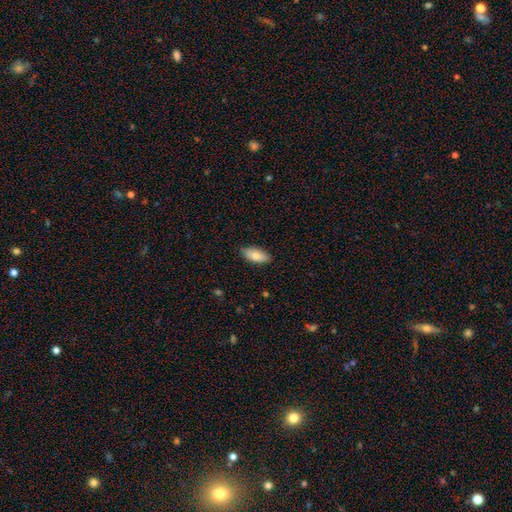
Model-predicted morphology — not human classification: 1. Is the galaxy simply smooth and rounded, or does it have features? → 80% smooth, 13% featured or disk, 6% star or artifact.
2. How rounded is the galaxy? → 87% in between, 11% cigar-shaped, 2% round.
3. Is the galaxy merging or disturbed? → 85% none, 12% minor disturbance, 2% major disturbance, 1% merger.